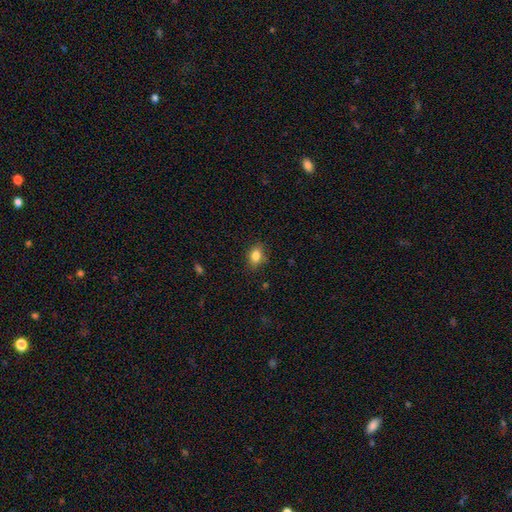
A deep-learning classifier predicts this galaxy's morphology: The model was most divided on "how rounded": in between: 71%, round: 27%, cigar-shaped: 2%. More confident: smooth or featured — smooth (84%); merging — none (82%).